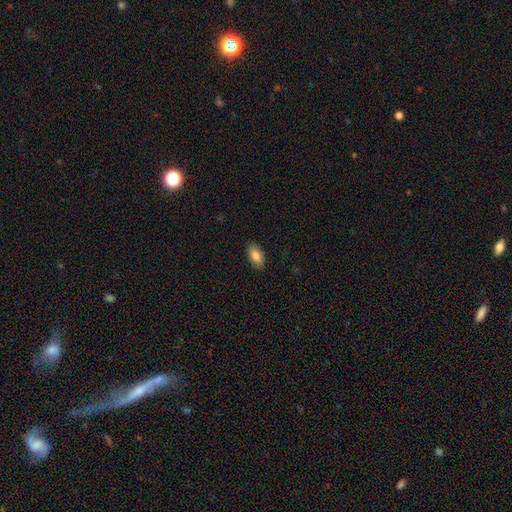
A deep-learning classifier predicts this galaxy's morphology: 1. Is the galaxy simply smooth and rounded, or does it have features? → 83% smooth, 10% featured or disk, 7% star or artifact.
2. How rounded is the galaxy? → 91% in between, 5% cigar-shaped, 4% round.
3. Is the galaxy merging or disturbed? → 87% none, 10% minor disturbance, 2% major disturbance, 1% merger.